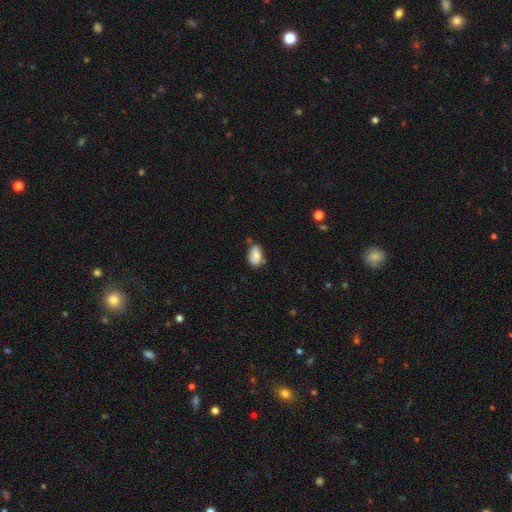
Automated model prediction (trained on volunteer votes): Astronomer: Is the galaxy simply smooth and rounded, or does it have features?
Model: smooth — 76%.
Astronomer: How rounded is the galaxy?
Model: in between — 87%.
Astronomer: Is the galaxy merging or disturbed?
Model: none — 60%.